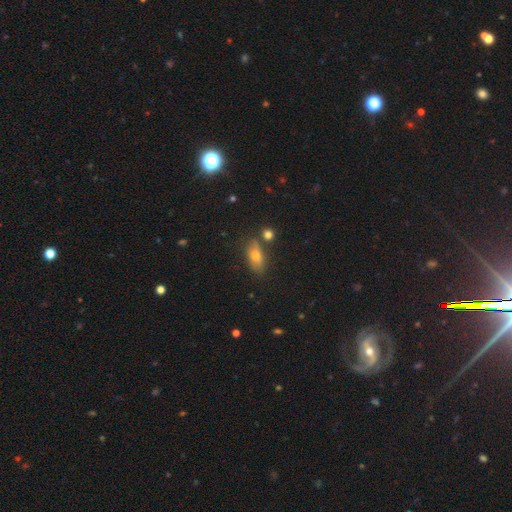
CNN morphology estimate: smooth_or_featured: smooth (p=0.66) [alt: featured or disk p=0.23]
how_rounded: in between (p=0.78) [alt: cigar-shaped p=0.15]
merging: none (p=0.75) [alt: minor disturbance p=0.13]